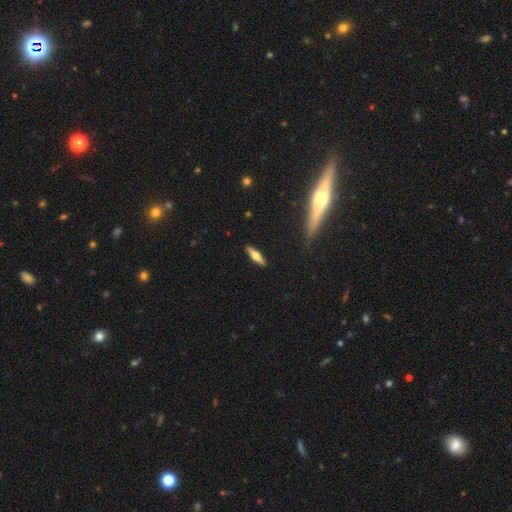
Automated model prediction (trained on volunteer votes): Q: Smooth or featured?
A: featured or disk (53%); runner-up: smooth (41%)
Q: Edge-on disk?
A: yes (93%); runner-up: no (7%)
Q: Merging?
A: none (89%); runner-up: minor disturbance (8%)